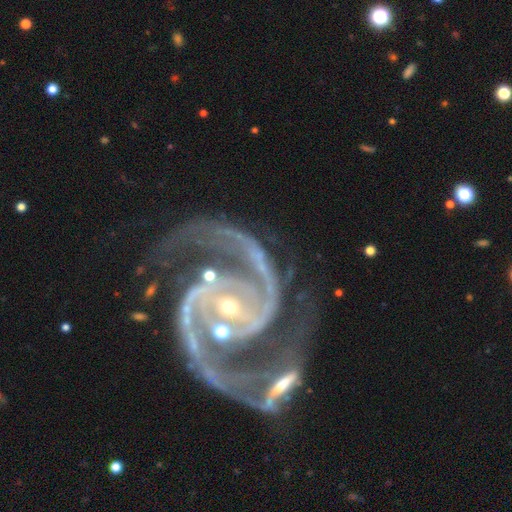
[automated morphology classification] This is clearly a featured or disk galaxy (93%). It is clearly not viewed edge-on (98%). Bar: marginally no (39%). Spiral arm pattern: clearly yes (98%). Spiral arm count: clearly 2 (86%). Spiral winding: possibly medium (53%). Central bulge: likely small (67%). Merging: possibly none (45%).